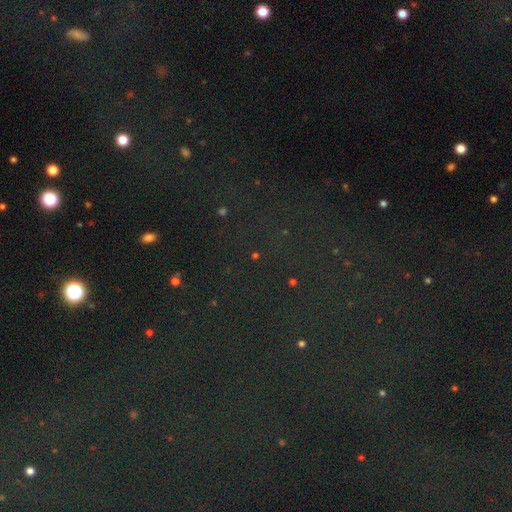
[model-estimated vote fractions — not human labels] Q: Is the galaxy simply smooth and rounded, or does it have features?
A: star or artifact — 71%.